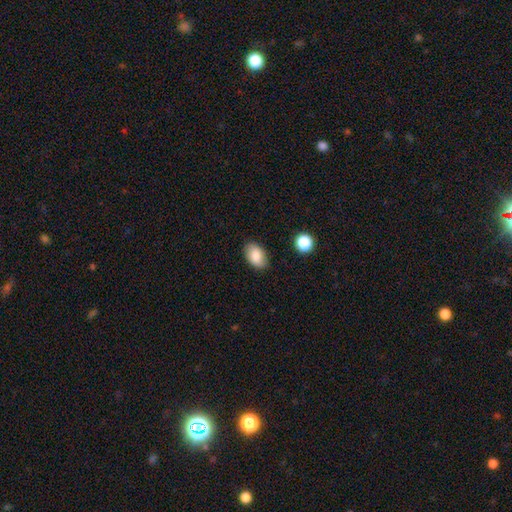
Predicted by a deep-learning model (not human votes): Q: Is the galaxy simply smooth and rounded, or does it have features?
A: smooth — 86%.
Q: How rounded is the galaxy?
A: in between — 91%.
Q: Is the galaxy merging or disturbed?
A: none — 84%.